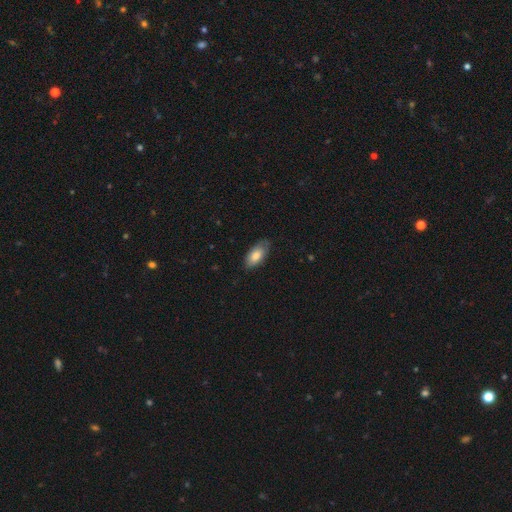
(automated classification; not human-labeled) Q: Smooth or featured?
A: smooth (81%); runner-up: featured or disk (13%)
Q: How rounded?
A: in between (90%); runner-up: cigar-shaped (8%)
Q: Merging?
A: none (78%); runner-up: minor disturbance (19%)